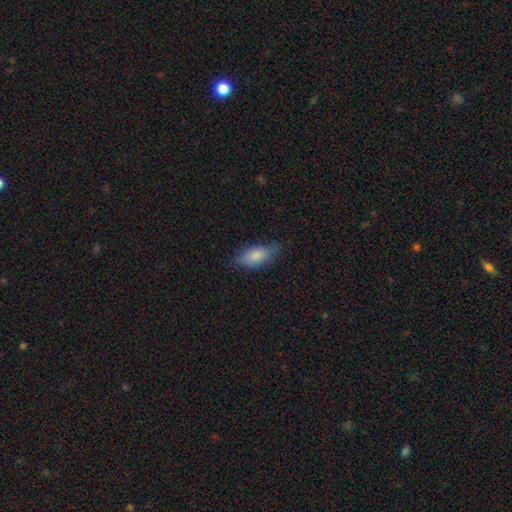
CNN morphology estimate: This is clearly a smooth galaxy (82%). How rounded: clearly in between (87%). Merging: likely none (72%).